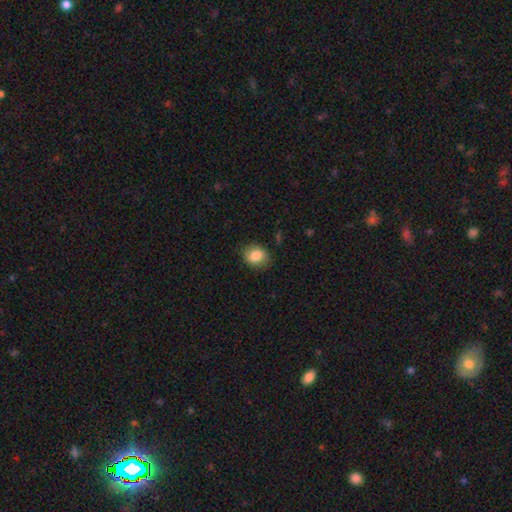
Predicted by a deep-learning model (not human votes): smooth_or_featured: smooth (p=0.83) [alt: featured or disk p=0.09]
how_rounded: round (p=0.51) [alt: in between p=0.48]
merging: none (p=0.82) [alt: minor disturbance p=0.14]